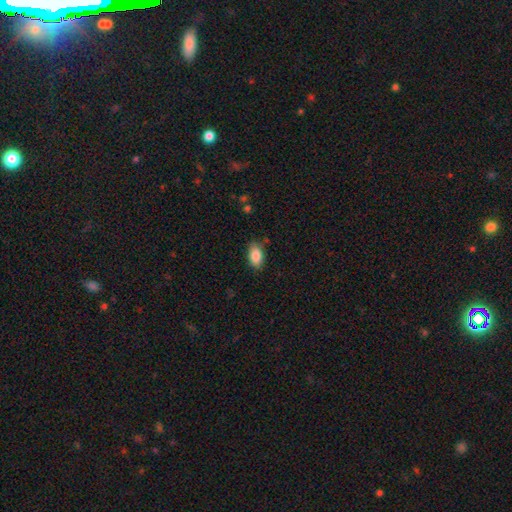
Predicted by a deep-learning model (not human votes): Smooth or featured: smooth — 87% (star or artifact — 7%)
How rounded: in between — 91% (round — 6%)
Merging: none — 80% (minor disturbance — 15%)